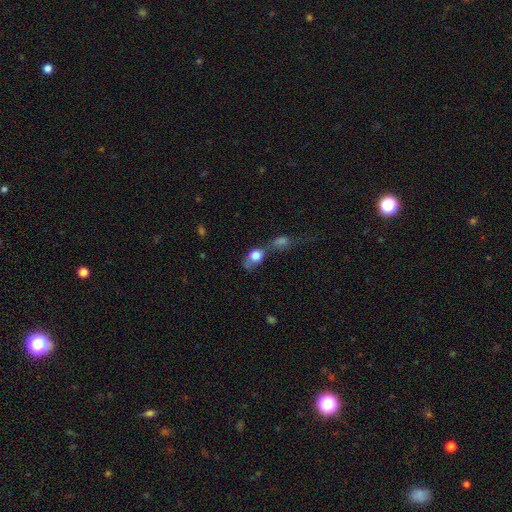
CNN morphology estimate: A smooth galaxy with no disk features (74%) that is in between round and cigar-shaped (51%). Merging: merger (56%).